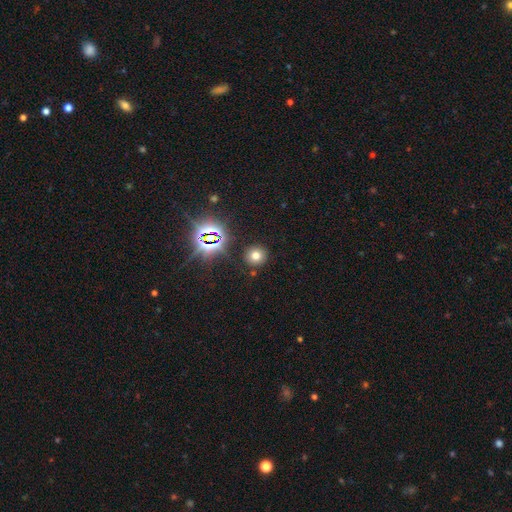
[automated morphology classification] This is likely a smooth galaxy (67%). How rounded: clearly round (91%). Merging: clearly none (88%).